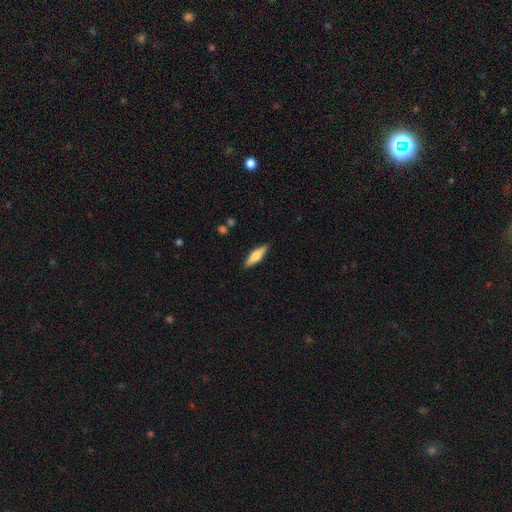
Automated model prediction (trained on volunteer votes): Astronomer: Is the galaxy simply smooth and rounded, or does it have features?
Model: smooth — 55% (runner-up: featured or disk, 39%).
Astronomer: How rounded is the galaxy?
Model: cigar-shaped — 65%.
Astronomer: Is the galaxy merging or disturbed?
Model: none — 89%.